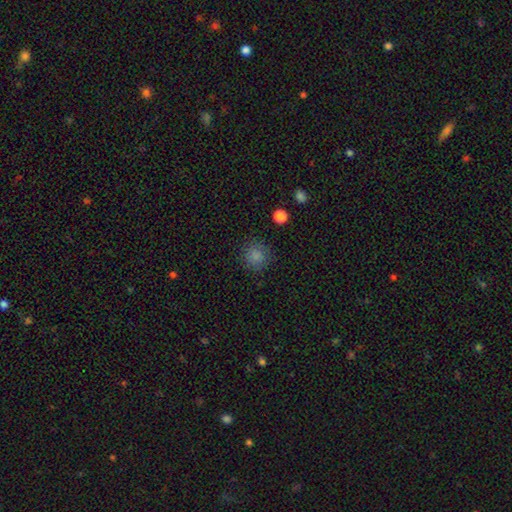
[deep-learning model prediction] smooth 84%, star or artifact 12%, featured or disk 4%. Down the decision tree: how rounded — round (92%); merging — none (86%).